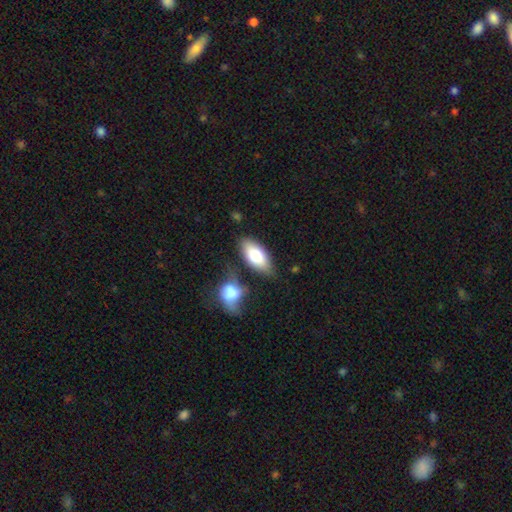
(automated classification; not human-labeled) Overall: smooth (74%). How rounded: in between (90%). Merging: none (68%).